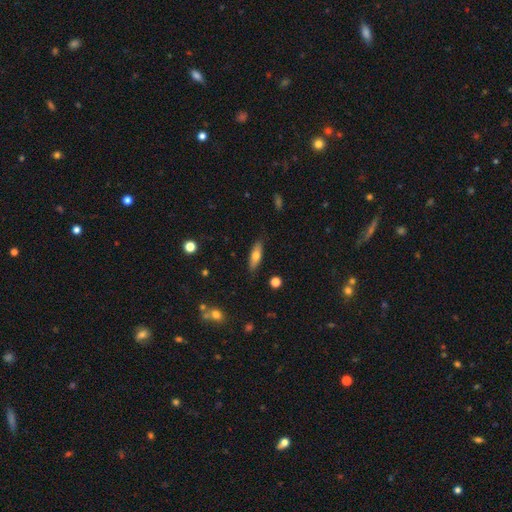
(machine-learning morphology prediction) A smooth galaxy with no disk features (62%) that is cigar-shaped (49%).

Vote fractions:
- Smooth or featured? smooth: 62% / featured or disk: 30% / star or artifact: 7%
- How rounded? cigar-shaped: 49% / in between: 48% / round: 3%
- Merging? none: 86% / minor disturbance: 11% / major disturbance: 2% / merger: 1%